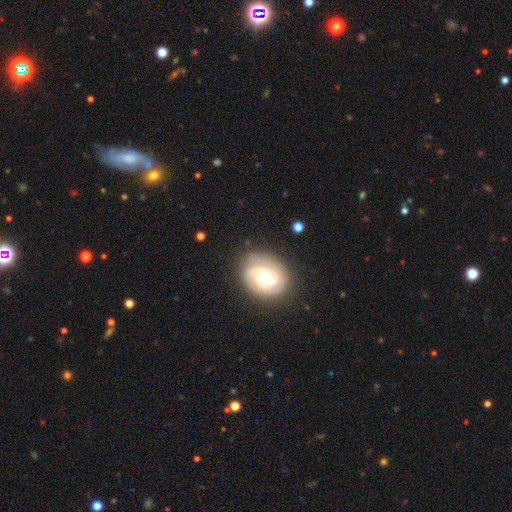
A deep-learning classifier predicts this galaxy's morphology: Smooth or featured?
  - featured or disk: 45% *
  - smooth: 39%
  - star or artifact: 16%
Merging?
  - none: 81% *
  - minor disturbance: 12%
  - major disturbance: 5%
  - merger: 2%